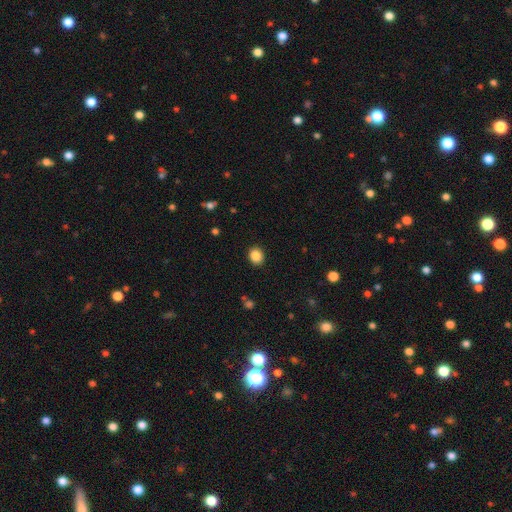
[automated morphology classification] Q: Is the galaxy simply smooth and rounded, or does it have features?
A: smooth — 87%.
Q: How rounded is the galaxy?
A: round — 64%.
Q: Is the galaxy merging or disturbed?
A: none — 91%.